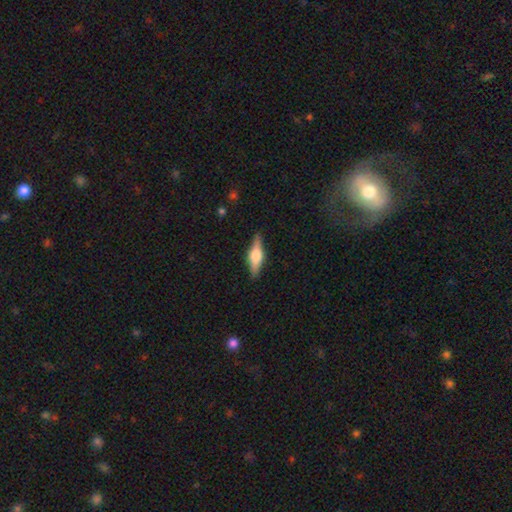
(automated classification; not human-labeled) Smooth or featured? featured or disk (65%)
Edge-on disk? yes (96%)
Edge-on bulge? rounded (89%)
Merging? none (88%)